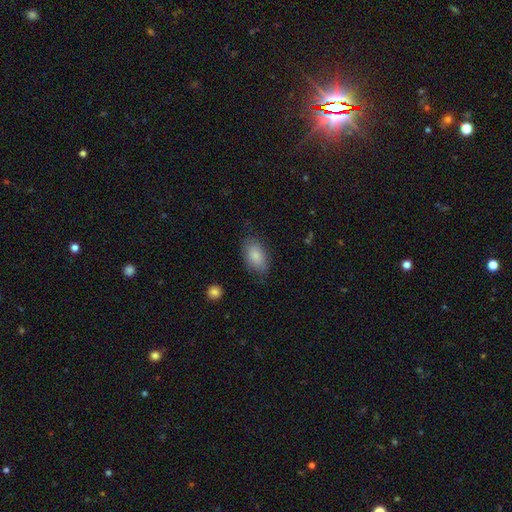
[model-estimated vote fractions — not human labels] Smooth or featured? smooth (84%)
How rounded? in between (92%)
Merging? none (75%)